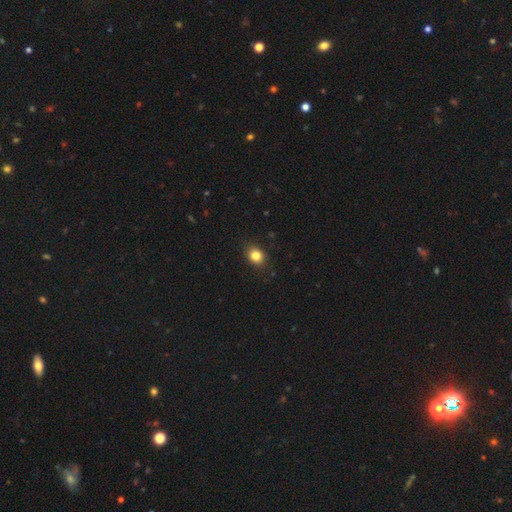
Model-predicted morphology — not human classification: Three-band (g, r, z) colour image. It shows a smooth galaxy with no disk features (84%) that is round (53%). Merging: none (86%).